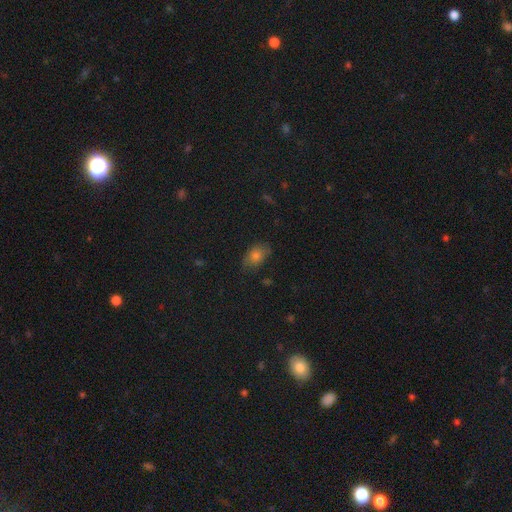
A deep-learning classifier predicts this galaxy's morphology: Smooth or featured? smooth (75%)
How rounded? in between (82%)
Merging? none (70%)